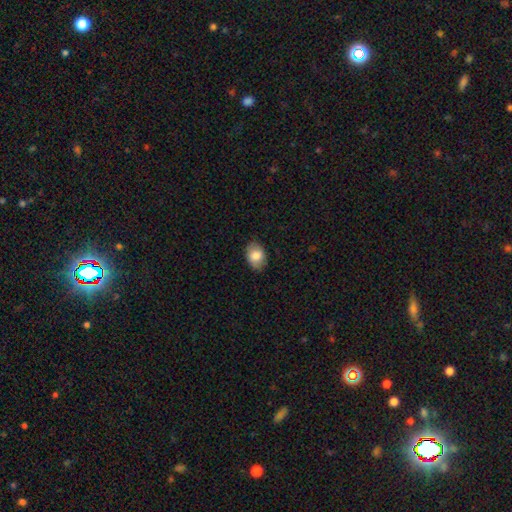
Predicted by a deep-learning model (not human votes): smooth-or-featured: smooth: 82% | featured or disk: 11% | star or artifact: 7%
  how-rounded: in between: 82% | round: 17% | cigar-shaped: 1%
  merging: none: 85% | minor disturbance: 11% | major disturbance: 2% | merger: 1%